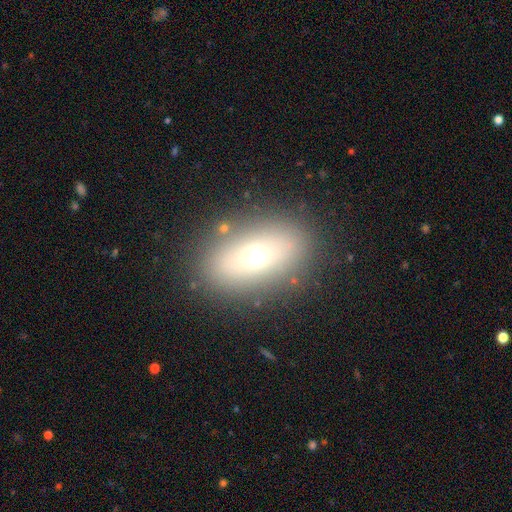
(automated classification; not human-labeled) Smooth or featured? Predicted: smooth (p=0.62). How rounded? Predicted: in between (p=0.79). Merging? Predicted: none (p=0.84).